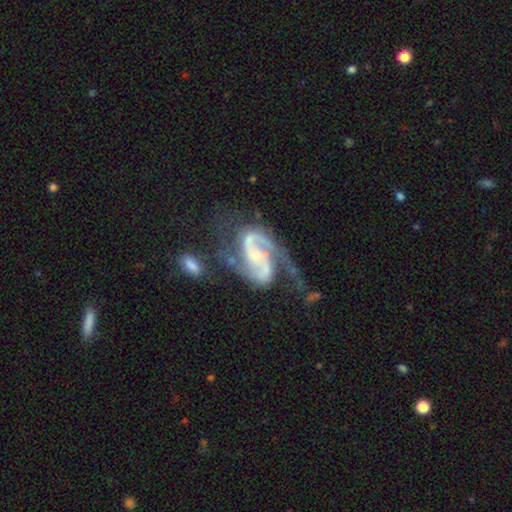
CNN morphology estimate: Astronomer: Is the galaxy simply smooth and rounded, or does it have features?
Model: featured or disk — 92%.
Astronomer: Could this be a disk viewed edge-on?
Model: no — 98%.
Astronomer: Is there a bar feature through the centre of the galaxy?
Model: no — 42% (runner-up: weak, 40%).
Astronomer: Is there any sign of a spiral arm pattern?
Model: yes — 98%.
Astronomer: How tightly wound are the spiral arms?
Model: medium — 54%.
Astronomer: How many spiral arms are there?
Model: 2 — 88%.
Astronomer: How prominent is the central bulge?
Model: small — 59%.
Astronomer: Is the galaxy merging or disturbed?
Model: none — 42% (runner-up: major disturbance, 25%).